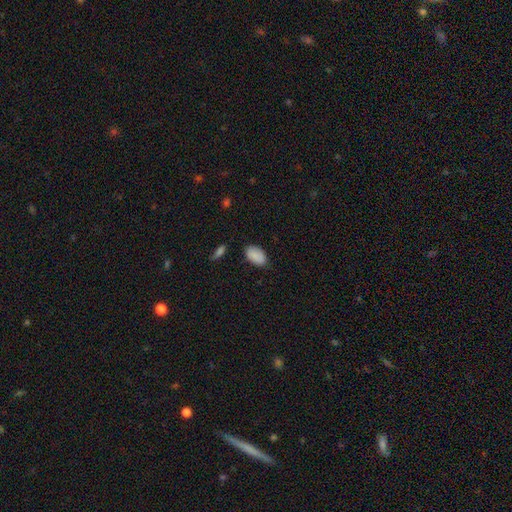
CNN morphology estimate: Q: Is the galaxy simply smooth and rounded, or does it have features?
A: smooth — 89%.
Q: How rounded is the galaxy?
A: in between — 94%.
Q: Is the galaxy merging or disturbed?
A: none — 82%.